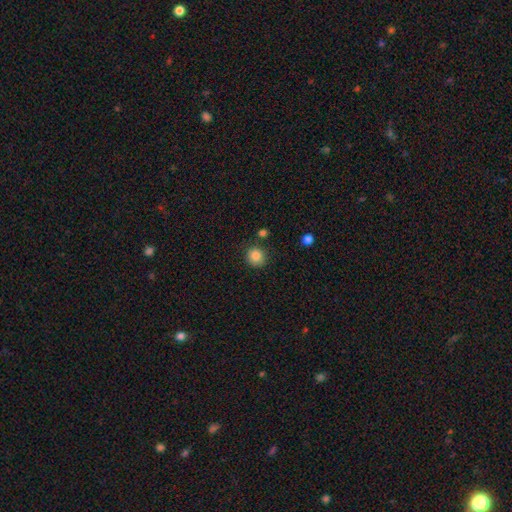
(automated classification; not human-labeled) smooth_or_featured: smooth (p=0.85) [alt: star or artifact p=0.10]
how_rounded: round (p=0.89) [alt: in between p=0.10]
merging: none (p=0.84) [alt: minor disturbance p=0.09]